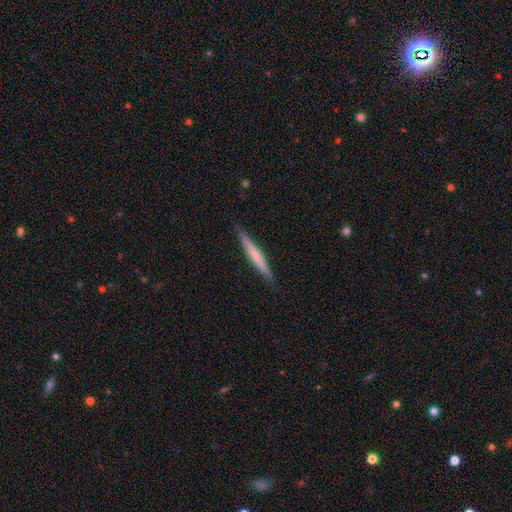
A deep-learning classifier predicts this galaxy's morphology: A smooth galaxy with no disk features (53%) that is cigar-shaped (96%).

Vote fractions:
- Smooth or featured? smooth: 53% / featured or disk: 42% / star or artifact: 5%
- How rounded? cigar-shaped: 96% / in between: 3% / round: 1%
- Merging? none: 89% / minor disturbance: 8% / major disturbance: 1% / merger: 1%